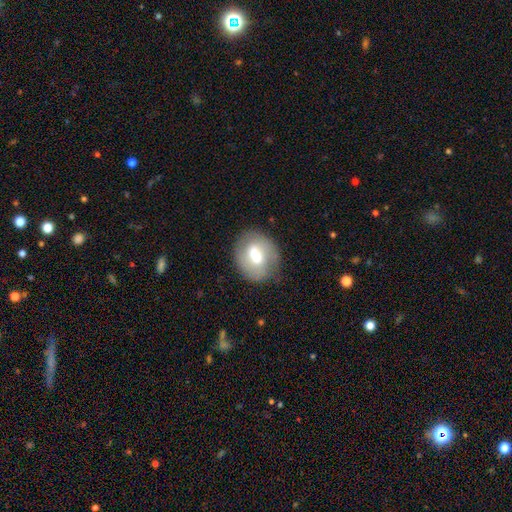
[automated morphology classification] smooth_or_featured: smooth (p=0.49) [alt: featured or disk p=0.44]
merging: none (p=0.75) [alt: minor disturbance p=0.17]